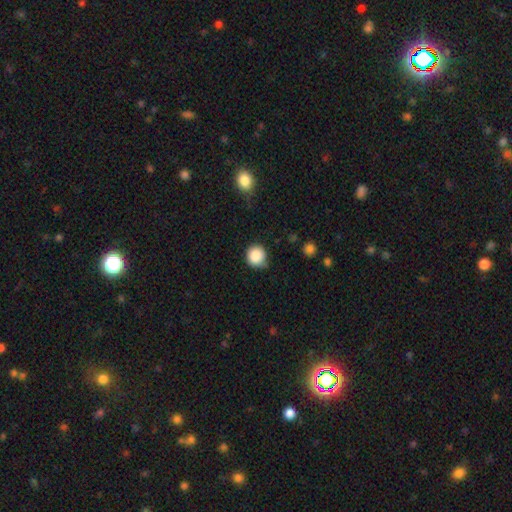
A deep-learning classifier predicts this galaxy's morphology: Q: Smooth or featured?
A: smooth (88%); runner-up: star or artifact (9%)
Q: How rounded?
A: round (92%); runner-up: in between (7%)
Q: Merging?
A: none (77%); runner-up: minor disturbance (17%)